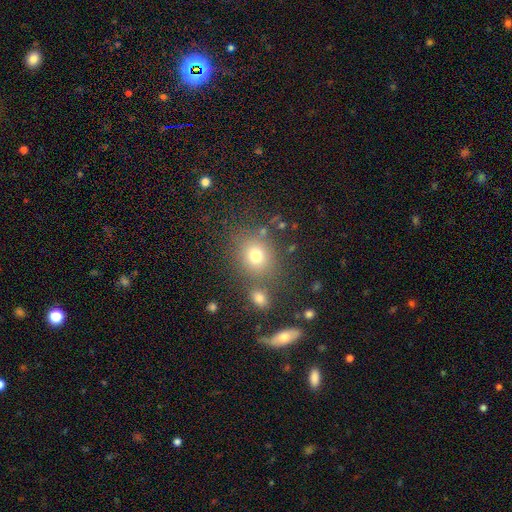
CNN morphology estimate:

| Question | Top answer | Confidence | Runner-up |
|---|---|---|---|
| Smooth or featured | smooth | 74% | star or artifact (16%) |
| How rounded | round | 71% | in between (28%) |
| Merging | none | 73% | merger (11%) |